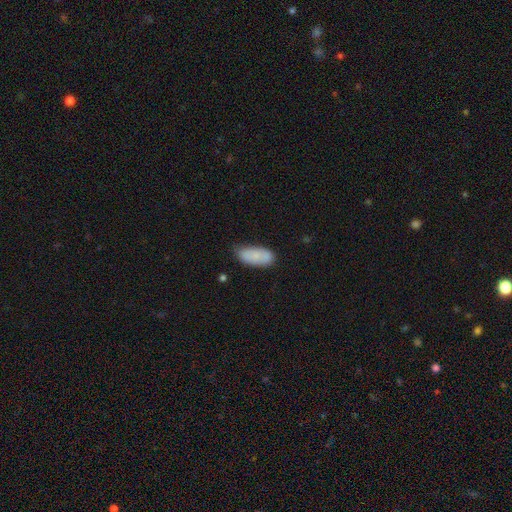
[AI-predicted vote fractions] Smooth or featured: smooth — 80% (featured or disk — 13%)
How rounded: in between — 90% (cigar-shaped — 8%)
Merging: none — 61% (minor disturbance — 30%)